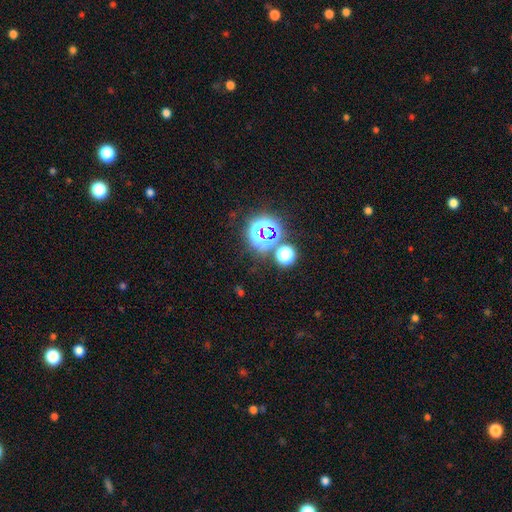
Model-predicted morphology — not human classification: This appears to be a star or artifact, not a galaxy (79%).